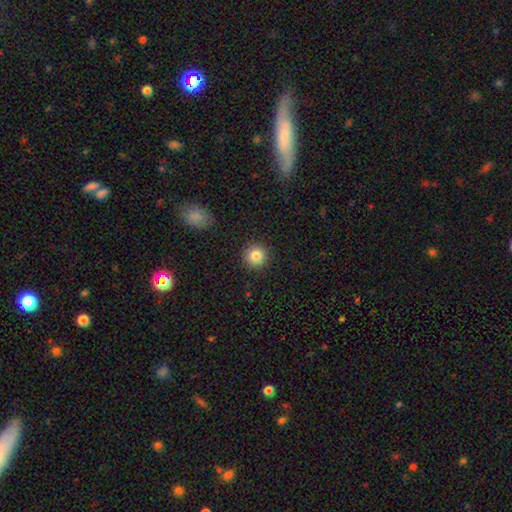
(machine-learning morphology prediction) type=smooth (85%); roundness=round (94%); merging=none (91%).